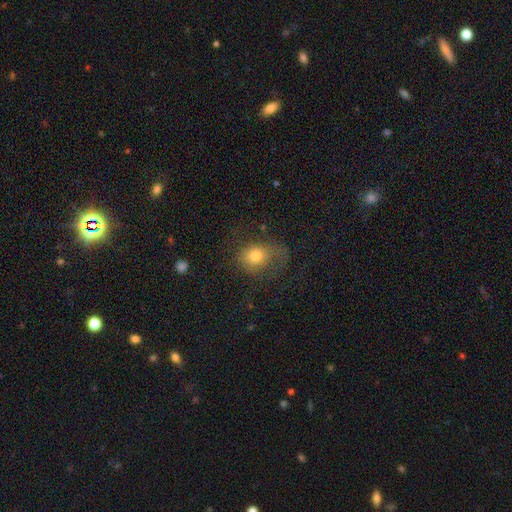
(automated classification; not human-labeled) smooth_or_featured: smooth (p=0.69) [alt: featured or disk p=0.20]
how_rounded: round (p=0.51) [alt: in between p=0.48]
merging: none (p=0.40) [alt: major disturbance p=0.35]